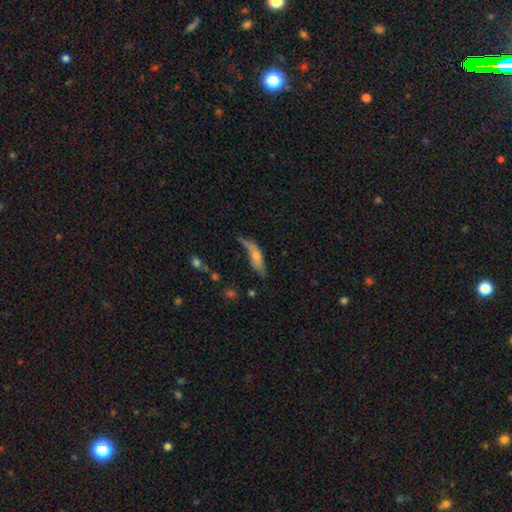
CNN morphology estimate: A smooth galaxy with no disk features (48%). Merging: none (40%).